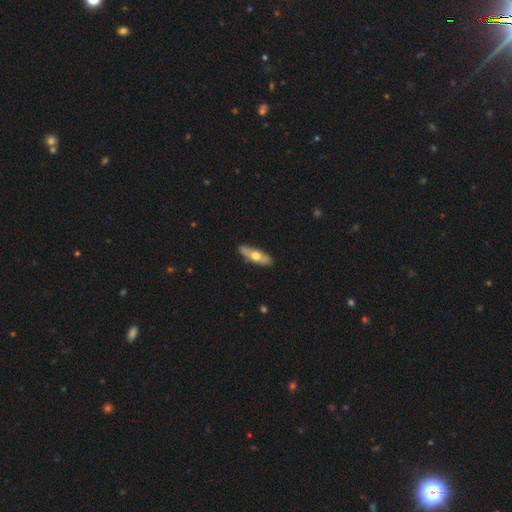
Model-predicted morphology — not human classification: Overall: smooth (52%; featured or disk 43%). How rounded: cigar-shaped (53%; in between 44%). Merging: none (87%).